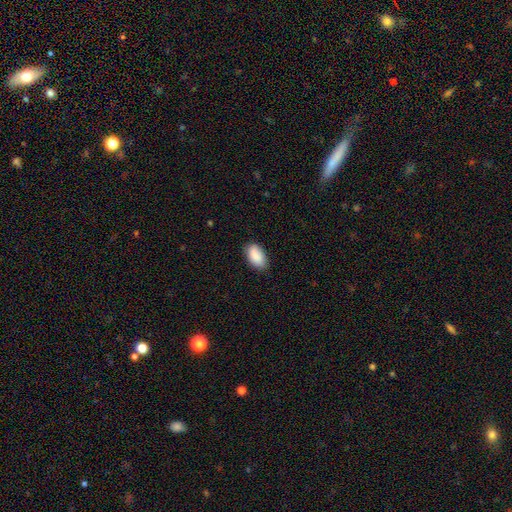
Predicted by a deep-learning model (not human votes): The model was most divided on "merging": none: 82%, minor disturbance: 15%, major disturbance: 2%, merger: 1%. More confident: how rounded — in between (94%); smooth or featured — smooth (90%).